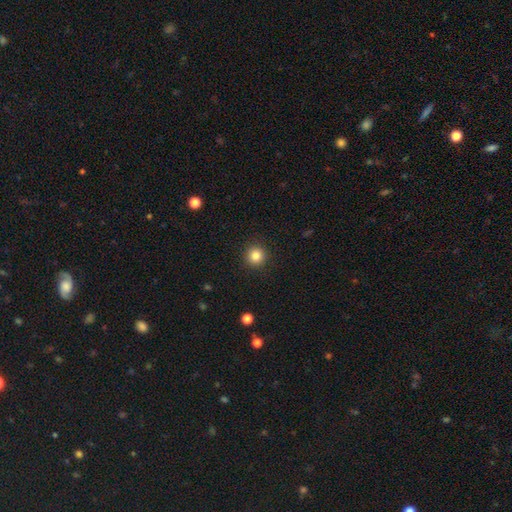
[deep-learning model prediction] smooth_or_featured: smooth (p=0.84) [alt: star or artifact p=0.11]
how_rounded: round (p=0.95) [alt: in between p=0.04]
merging: none (p=0.92) [alt: minor disturbance p=0.05]